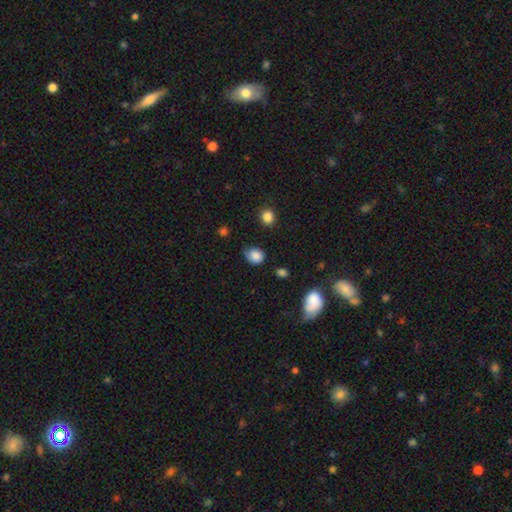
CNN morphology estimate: smooth_or_featured: smooth (p=0.84) [alt: star or artifact p=0.10]
how_rounded: round (p=0.60) [alt: in between p=0.39]
merging: none (p=0.57) [alt: minor disturbance p=0.33]